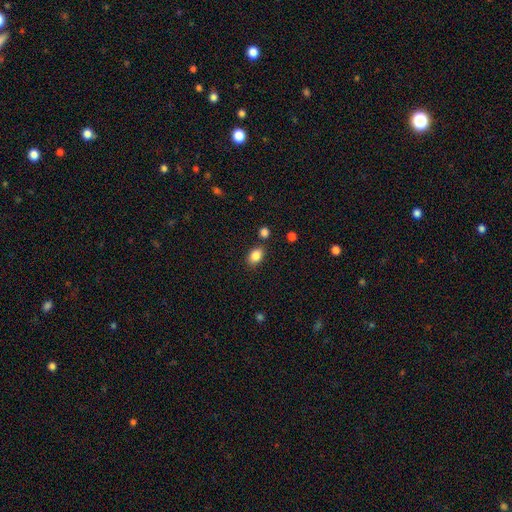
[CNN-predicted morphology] smooth_or_featured: smooth (p=0.86) [alt: star or artifact p=0.09]
how_rounded: in between (p=0.81) [alt: round p=0.18]
merging: none (p=0.79) [alt: minor disturbance p=0.12]